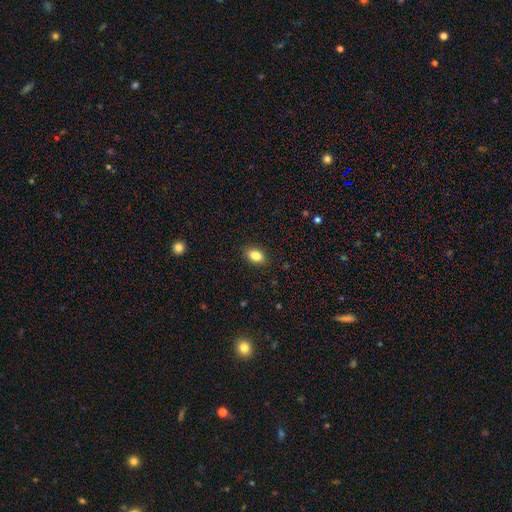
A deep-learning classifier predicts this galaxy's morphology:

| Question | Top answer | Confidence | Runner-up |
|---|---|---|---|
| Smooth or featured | smooth | 85% | star or artifact (8%) |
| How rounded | in between | 85% | round (13%) |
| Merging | none | 89% | minor disturbance (8%) |